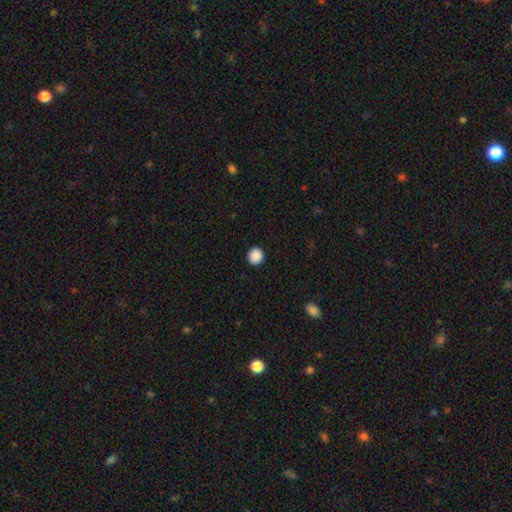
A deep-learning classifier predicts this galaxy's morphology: type=smooth (89%); roundness=round (93%); merging=none (93%).